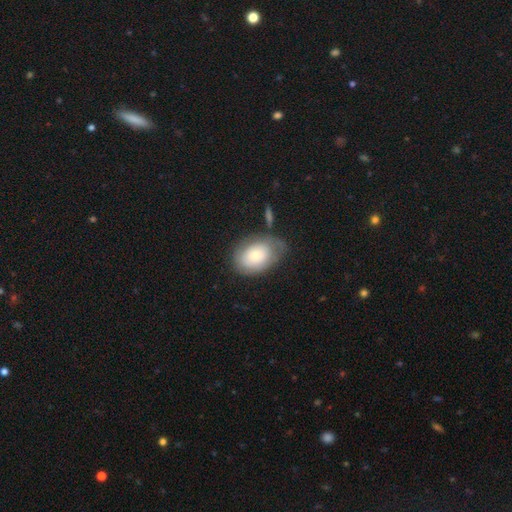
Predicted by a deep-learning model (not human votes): Smooth or featured? smooth (68%)
How rounded? in between (78%)
Merging? none (58%)